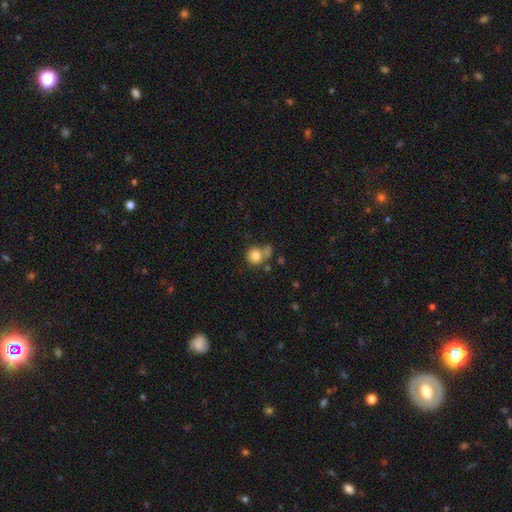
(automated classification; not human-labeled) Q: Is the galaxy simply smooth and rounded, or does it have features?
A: smooth — 80%.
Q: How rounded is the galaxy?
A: round — 87%.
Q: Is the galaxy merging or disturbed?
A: none — 53%.